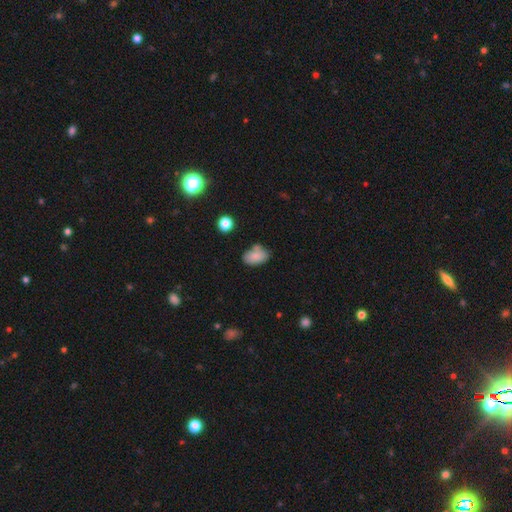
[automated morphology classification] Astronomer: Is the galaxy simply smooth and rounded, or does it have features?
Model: smooth — 83%.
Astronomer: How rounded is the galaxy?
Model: in between — 88%.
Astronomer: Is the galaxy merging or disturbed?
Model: none — 59%.